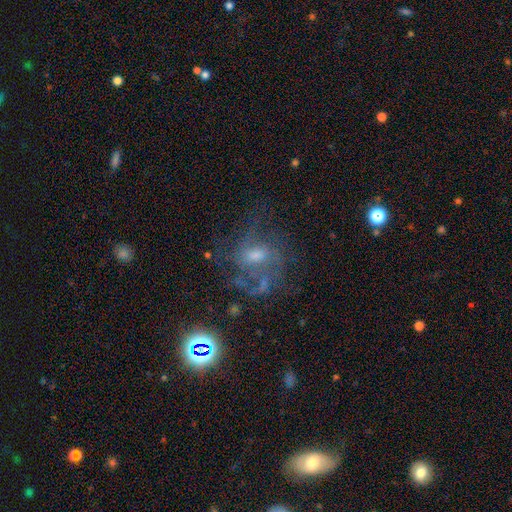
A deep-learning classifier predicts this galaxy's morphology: Q: Smooth or featured?
A: featured or disk (68%); runner-up: smooth (17%)
Q: Edge-on disk?
A: no (97%); runner-up: yes (3%)
Q: Bar?
A: no (51%); runner-up: weak (41%)
Q: Spiral arms?
A: yes (79%); runner-up: no (21%)
Q: Spiral winding?
A: medium (46%); runner-up: tight (27%)
Q: Spiral arm count?
A: can't tell (39%); runner-up: 2 (21%)
Q: Bulge size?
A: moderate (50%); runner-up: small (32%)
Q: Merging?
A: none (50%); runner-up: major disturbance (27%)